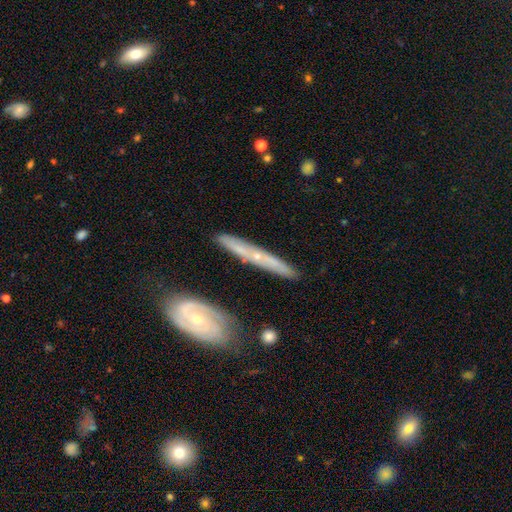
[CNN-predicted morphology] Smooth or featured: featured or disk — 63% (smooth — 29%)
Edge-on disk: yes — 71% (no — 29%)
Merging: none — 79% (minor disturbance — 14%)